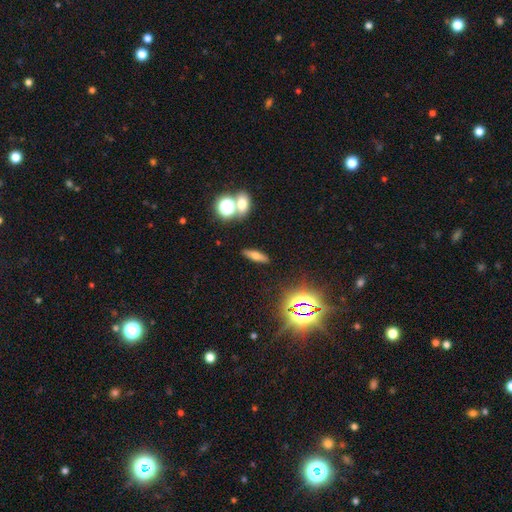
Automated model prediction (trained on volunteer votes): This appears to be a smooth galaxy with no disk features (53%) that is cigar-shaped (56%). Merging: none (86%).